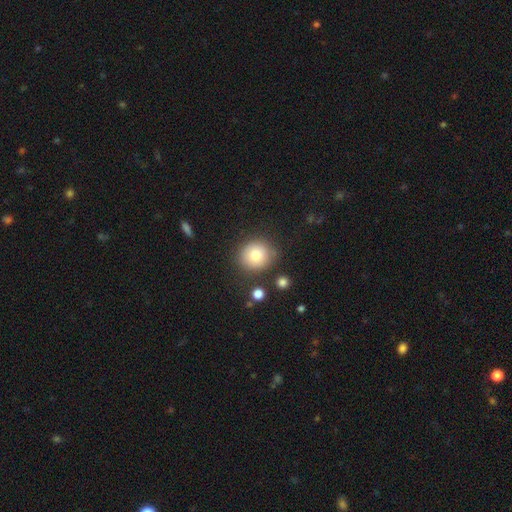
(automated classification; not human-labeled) smooth 78%, featured or disk 11%, star or artifact 10%. Down the decision tree: how rounded — round (88%); merging — none (83%).